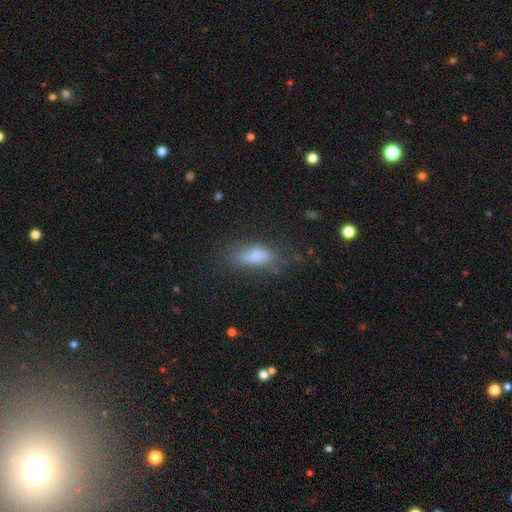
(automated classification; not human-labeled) Overall: smooth (64%; featured or disk 24%). How rounded: in between (70%). Merging: none (55%; minor disturbance 24%).